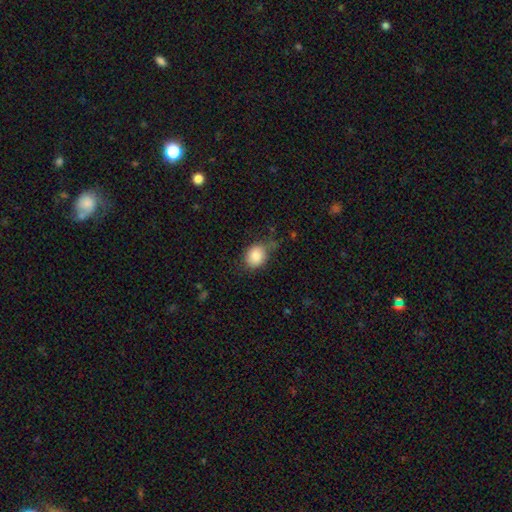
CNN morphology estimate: Smooth or featured? smooth (84%)
How rounded? round (52%)
Merging? none (60%)